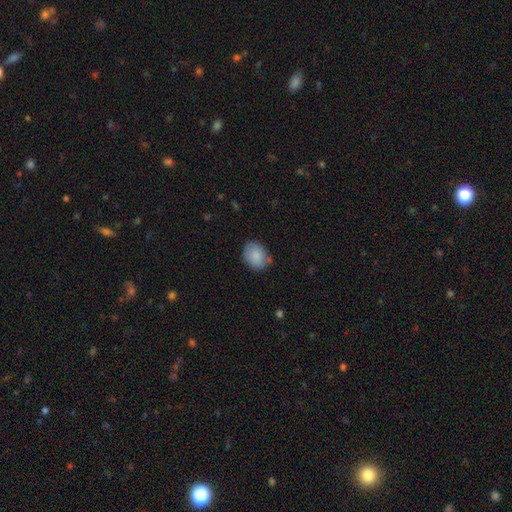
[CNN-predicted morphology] Smooth or featured? Predicted: smooth (p=0.87). How rounded? Predicted: in between (p=0.56). Merging? Predicted: none (p=0.73).